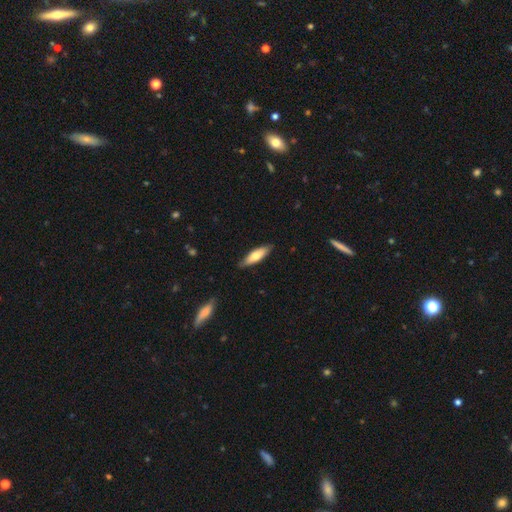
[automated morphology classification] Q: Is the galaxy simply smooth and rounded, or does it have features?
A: smooth — 64%.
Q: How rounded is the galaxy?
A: cigar-shaped — 54%.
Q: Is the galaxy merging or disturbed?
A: none — 85%.